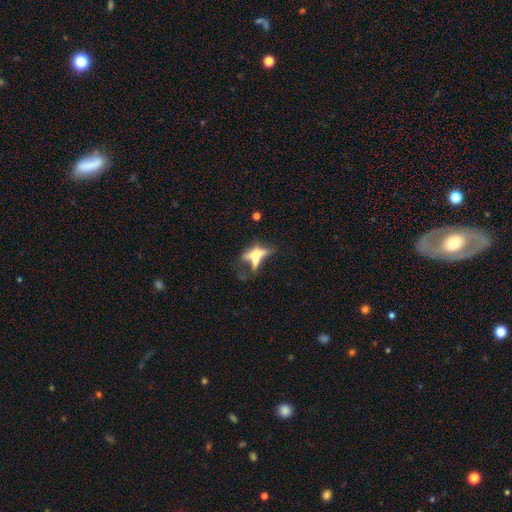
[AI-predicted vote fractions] smooth-or-featured: featured or disk: 47% | smooth: 40% | star or artifact: 12%
  merging: merger: 40% | none: 25% | major disturbance: 22% | minor disturbance: 12%